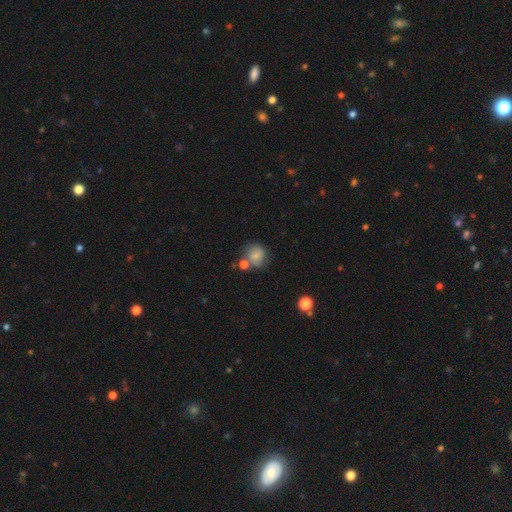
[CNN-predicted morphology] The model was most divided on "merging": none: 56%, merger: 21%, minor disturbance: 18%, major disturbance: 6%. More confident: how rounded — round (84%); smooth or featured — smooth (75%).